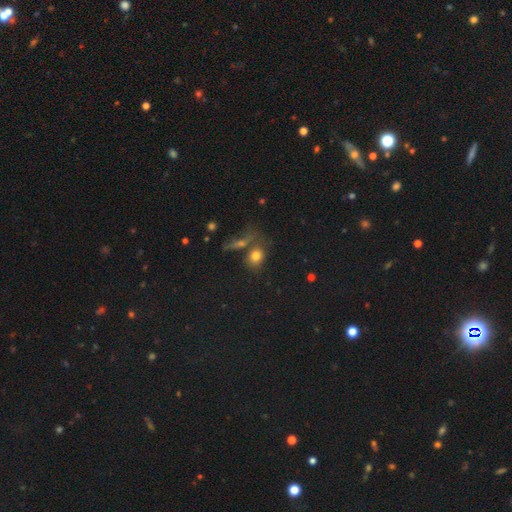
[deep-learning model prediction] Smooth or featured?
  - smooth: 76% *
  - star or artifact: 13%
  - featured or disk: 11%
How rounded?
  - round: 53% *
  - in between: 44%
  - cigar-shaped: 3%
Merging?
  - none: 56% *
  - merger: 24%
  - minor disturbance: 13%
  - major disturbance: 7%